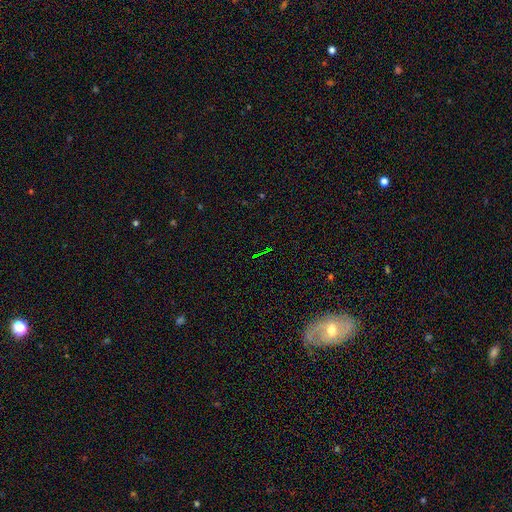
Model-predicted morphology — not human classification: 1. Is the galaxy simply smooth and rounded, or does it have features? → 77% star or artifact, 12% smooth, 11% featured or disk.